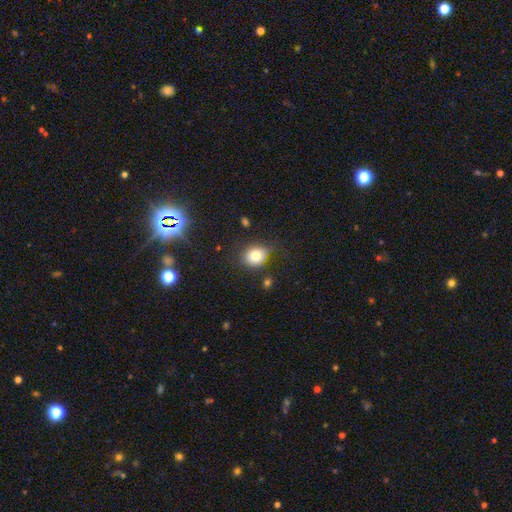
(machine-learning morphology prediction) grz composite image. It shows a smooth galaxy with no disk features (77%) that is round (69%). Merging: none (68%).